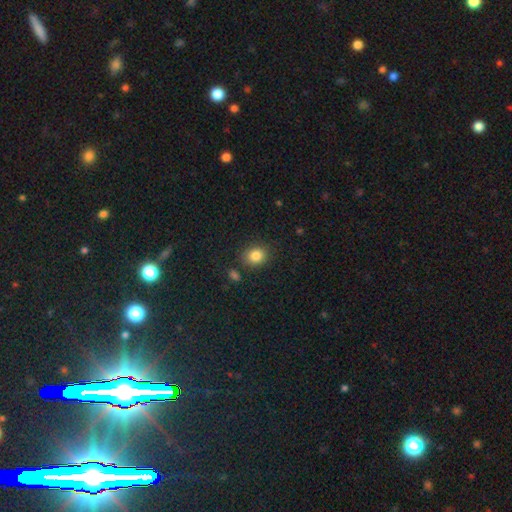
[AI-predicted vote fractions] Smooth or featured? Predicted: smooth (p=0.84). How rounded? Predicted: round (p=0.64). Merging? Predicted: none (p=0.83).